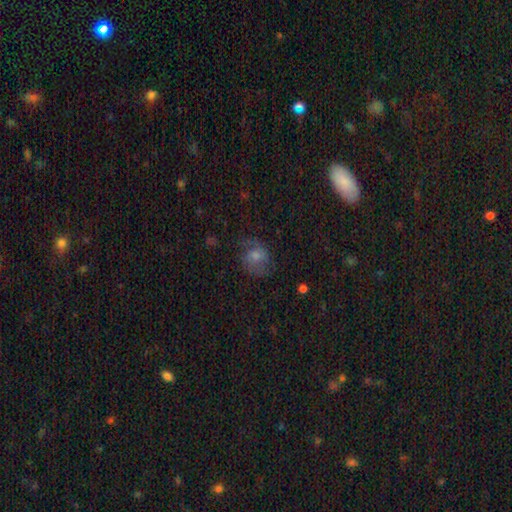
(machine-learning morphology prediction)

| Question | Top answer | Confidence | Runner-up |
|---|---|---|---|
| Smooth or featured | featured or disk | 46% | smooth (39%) |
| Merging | none | 65% | minor disturbance (20%) |